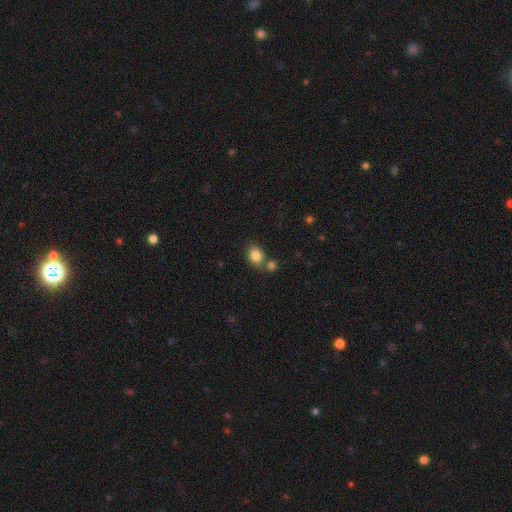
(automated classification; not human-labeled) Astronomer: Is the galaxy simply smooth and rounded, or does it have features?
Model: smooth — 85%.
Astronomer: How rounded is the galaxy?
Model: in between — 63%.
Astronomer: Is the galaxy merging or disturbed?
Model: none — 61%.